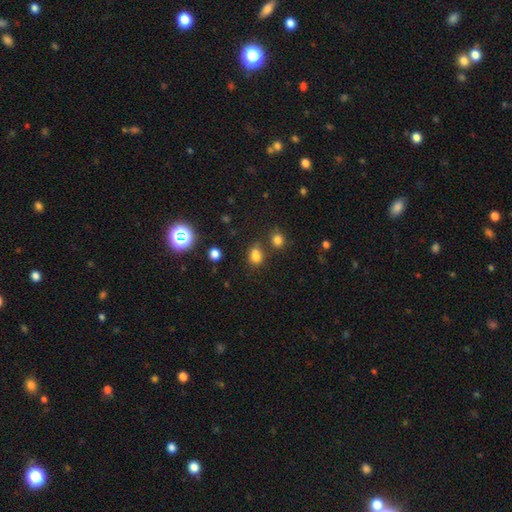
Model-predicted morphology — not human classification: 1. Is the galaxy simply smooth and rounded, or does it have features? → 77% smooth, 17% star or artifact, 6% featured or disk.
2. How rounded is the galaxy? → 58% in between, 41% round, 1% cigar-shaped.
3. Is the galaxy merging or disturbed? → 62% none, 17% merger, 16% minor disturbance, 5% major disturbance.